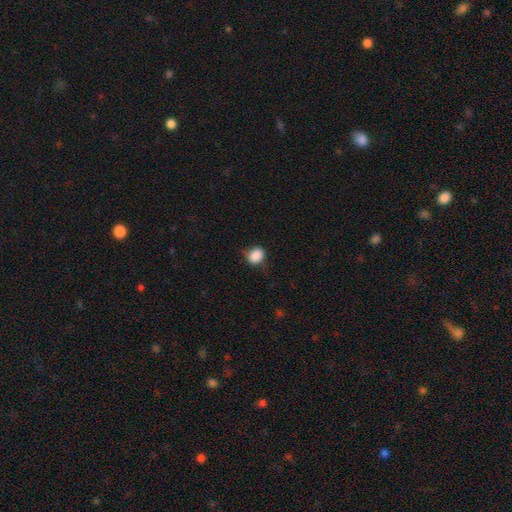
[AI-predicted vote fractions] Overall: smooth (87%). How rounded: round (60%; in between 39%). Merging: none (70%).